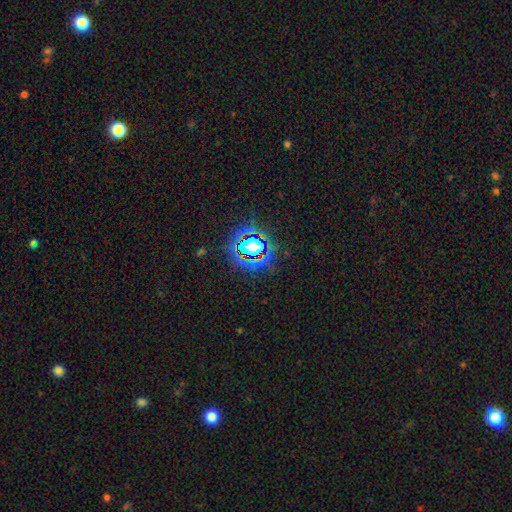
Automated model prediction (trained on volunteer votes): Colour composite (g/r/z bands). It shows a star or artifact, not a galaxy (78%).